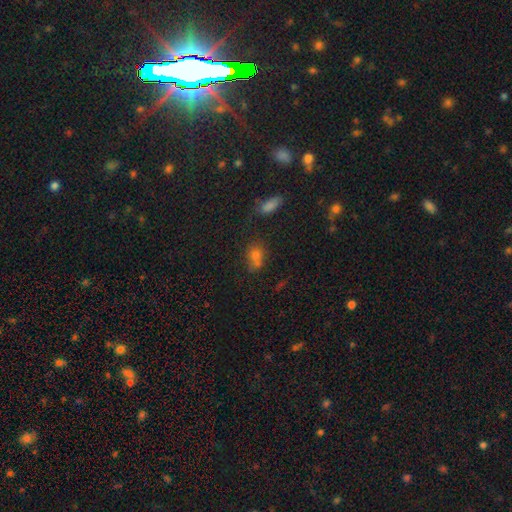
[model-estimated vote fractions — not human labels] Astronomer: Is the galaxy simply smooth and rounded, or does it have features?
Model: smooth — 65%.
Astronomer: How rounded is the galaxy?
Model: round — 51% (runner-up: in between, 46%).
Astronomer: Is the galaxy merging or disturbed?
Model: none — 45% (runner-up: merger, 35%).